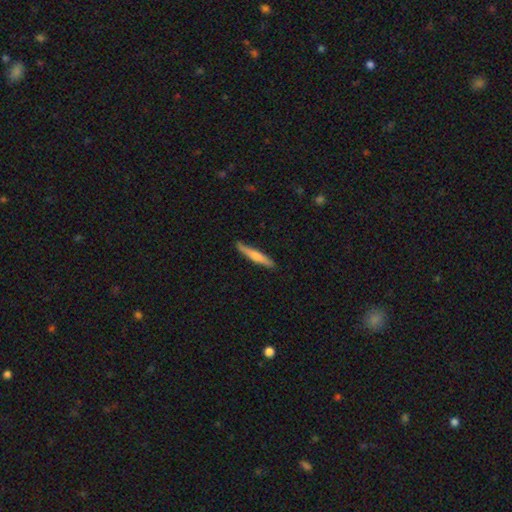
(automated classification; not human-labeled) Smooth or featured? Predicted: smooth (p=0.49). Merging? Predicted: none (p=0.87).